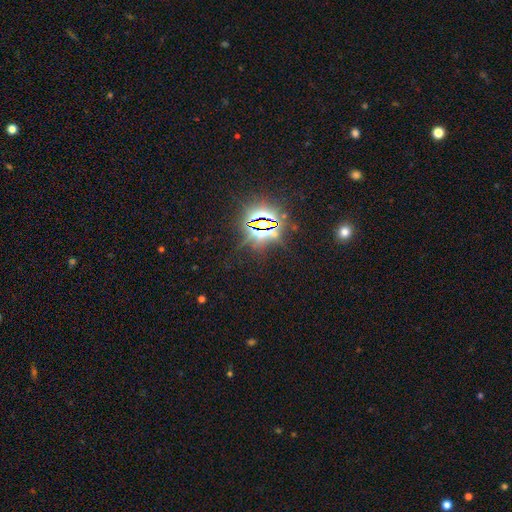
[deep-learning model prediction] Q: Smooth or featured?
A: star or artifact (85%); runner-up: smooth (9%)